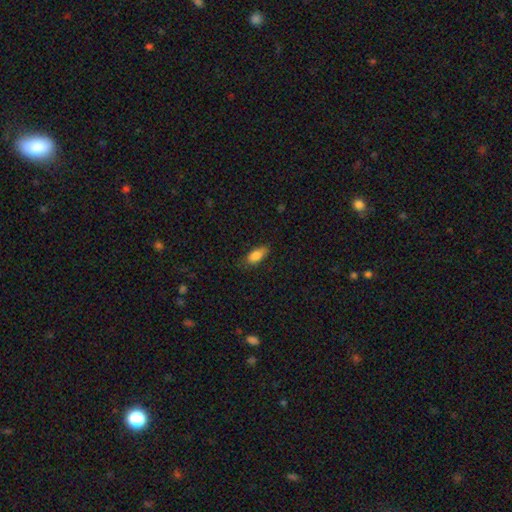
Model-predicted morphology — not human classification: type=smooth (82%); roundness=in between (84%); merging=none (76%).